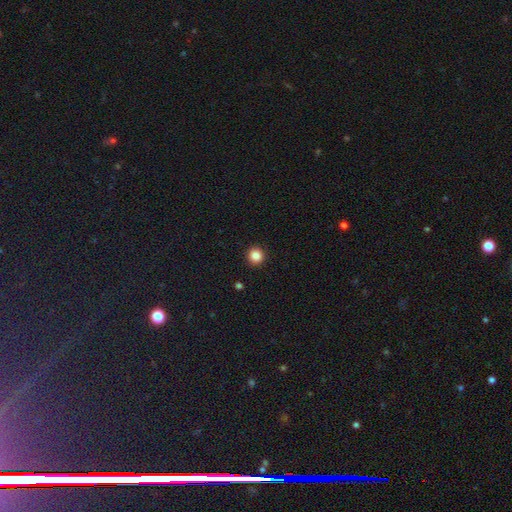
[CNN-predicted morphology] A smooth galaxy with no disk features (86%) that is round (94%).

Vote fractions:
- Smooth or featured? smooth: 86% / star or artifact: 11% / featured or disk: 3%
- How rounded? round: 94% / in between: 5% / cigar-shaped: 1%
- Merging? none: 93% / minor disturbance: 4% / major disturbance: 2% / merger: 1%